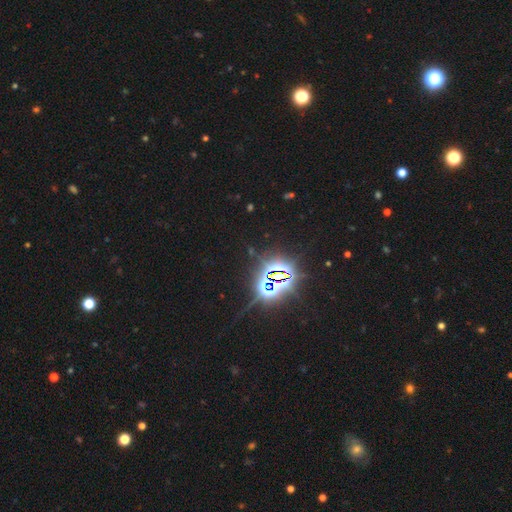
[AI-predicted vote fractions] A star or artifact, not a galaxy (85%).

Vote fractions:
- Smooth or featured? star or artifact: 85% / smooth: 8% / featured or disk: 7%